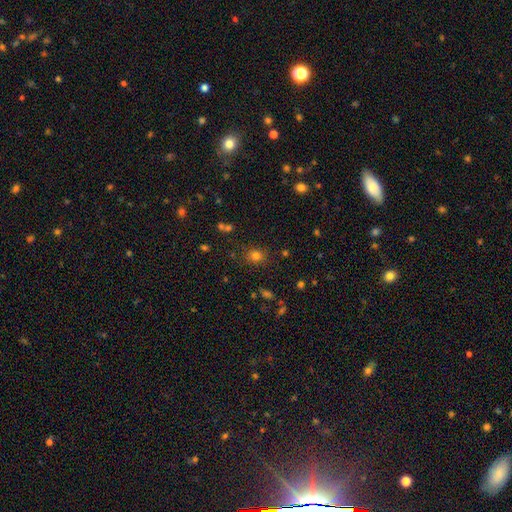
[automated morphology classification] A smooth galaxy with no disk features (76%) that is round (73%). Merging: none (83%).